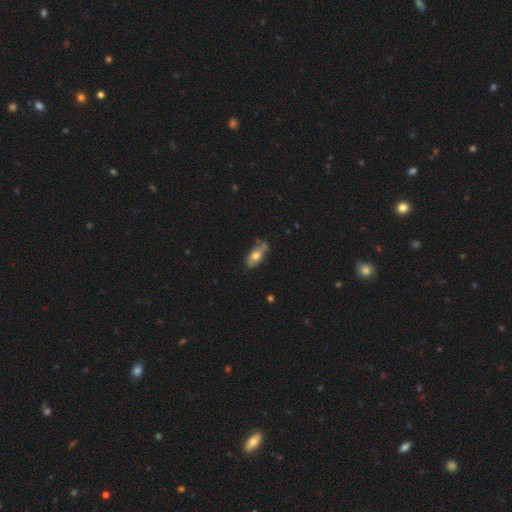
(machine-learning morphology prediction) The model was most divided on "smooth or featured": smooth: 60%, featured or disk: 33%, star or artifact: 7%. More confident: how rounded — in between (81%); merging — none (67%).